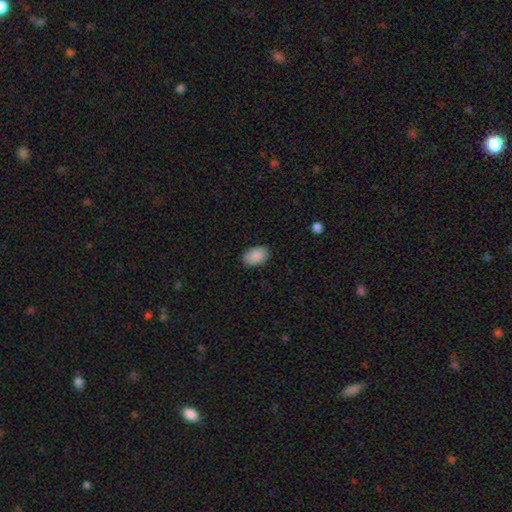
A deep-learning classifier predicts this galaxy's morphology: Smooth or featured?
  - smooth: 89% *
  - star or artifact: 6%
  - featured or disk: 5%
How rounded?
  - in between: 89% *
  - round: 10%
  - cigar-shaped: 1%
Merging?
  - none: 88% *
  - minor disturbance: 9%
  - major disturbance: 2%
  - merger: 1%